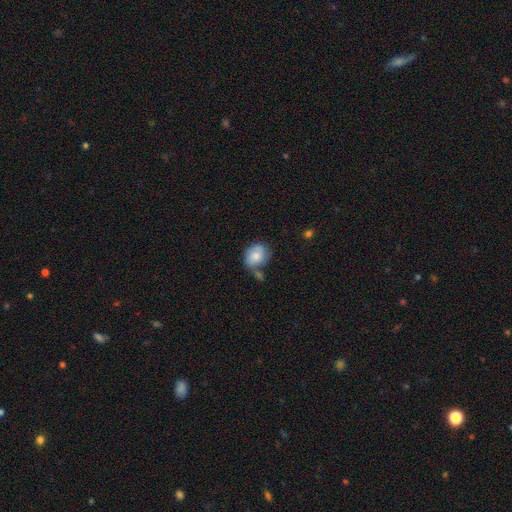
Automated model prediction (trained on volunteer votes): smooth-or-featured: smooth: 71% | featured or disk: 21% | star or artifact: 8%
  how-rounded: in between: 52% | round: 46% | cigar-shaped: 1%
  merging: none: 49% | minor disturbance: 26% | merger: 16% | major disturbance: 9%